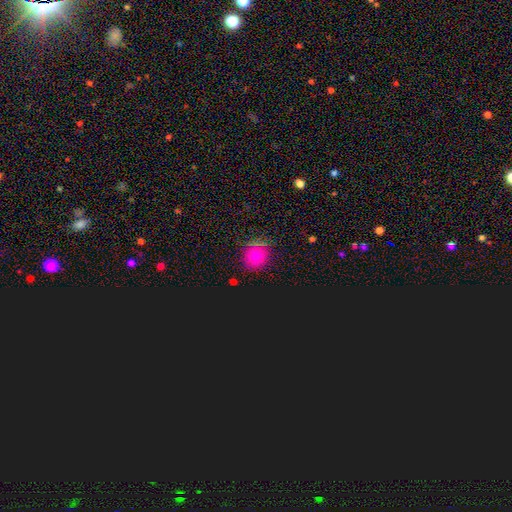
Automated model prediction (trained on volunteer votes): smooth_or_featured: smooth (p=0.69) [alt: star or artifact p=0.23]
how_rounded: round (p=0.75) [alt: in between p=0.24]
merging: none (p=0.84) [alt: minor disturbance p=0.11]